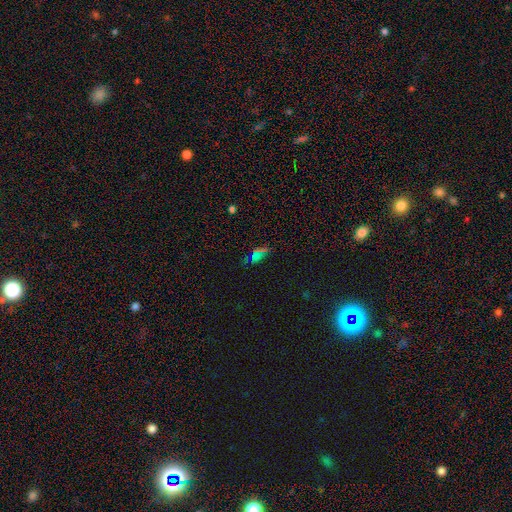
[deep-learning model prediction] Overall: star or artifact (50%; smooth 37%).